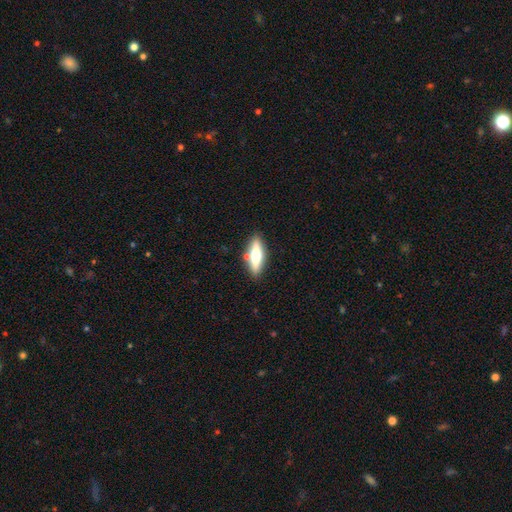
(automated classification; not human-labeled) This is possibly a smooth galaxy (53%). How rounded: possibly cigar-shaped (51%). Merging: clearly none (82%).